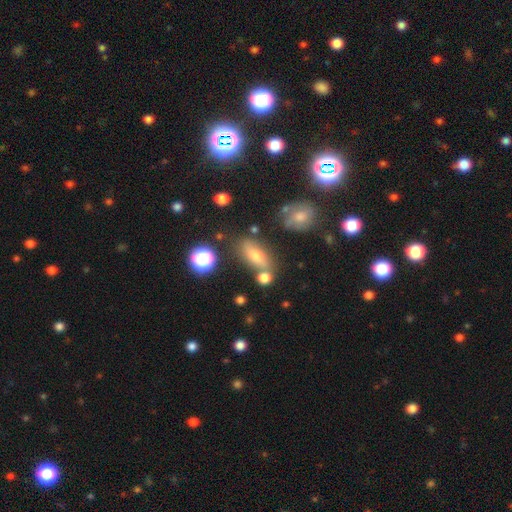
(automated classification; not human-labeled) Smooth or featured?
  - smooth: 56% *
  - featured or disk: 24%
  - star or artifact: 20%
How rounded?
  - in between: 71% *
  - cigar-shaped: 17%
  - round: 12%
Merging?
  - none: 71% *
  - minor disturbance: 14%
  - merger: 11%
  - major disturbance: 5%